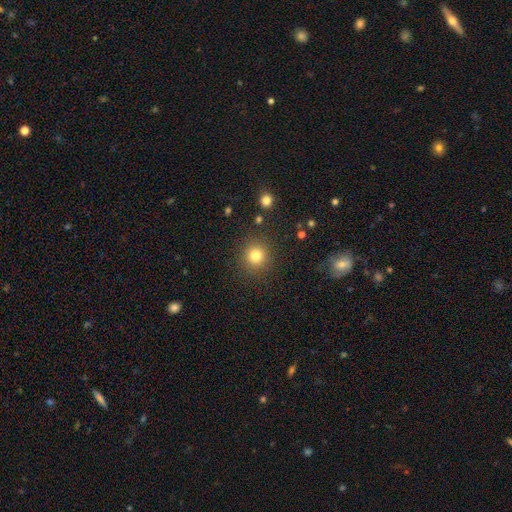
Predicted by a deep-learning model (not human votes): The model was most divided on "smooth or featured": smooth: 80%, star or artifact: 13%, featured or disk: 7%. More confident: how rounded — round (93%); merging — none (89%).